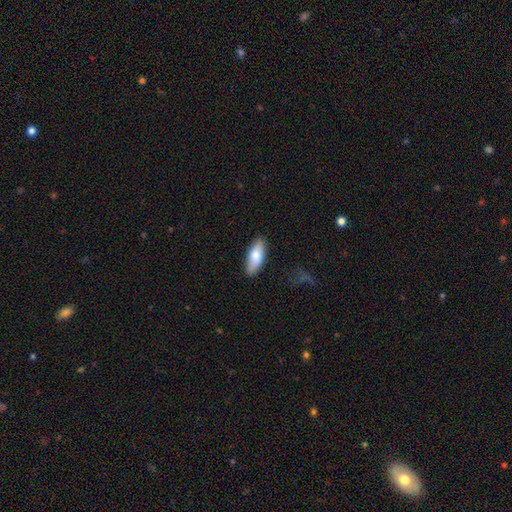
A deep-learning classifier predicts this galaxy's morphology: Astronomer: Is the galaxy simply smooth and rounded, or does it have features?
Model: smooth — 80%.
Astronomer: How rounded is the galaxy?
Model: in between — 76%.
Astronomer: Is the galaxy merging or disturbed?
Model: none — 86%.